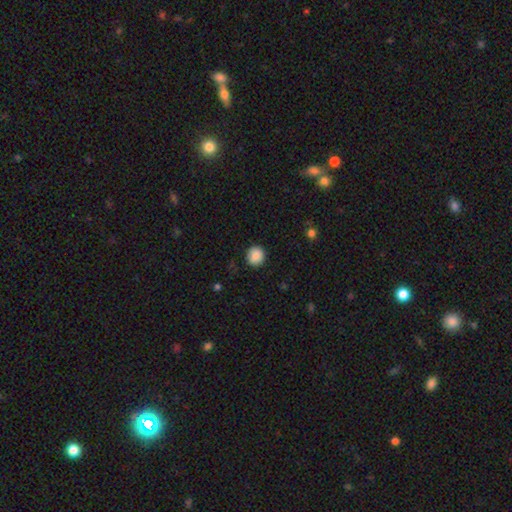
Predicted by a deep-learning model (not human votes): smooth-or-featured: smooth: 89% | star or artifact: 8% | featured or disk: 3%
  how-rounded: round: 88% | in between: 11% | cigar-shaped: 1%
  merging: none: 90% | minor disturbance: 7% | major disturbance: 2% | merger: 1%